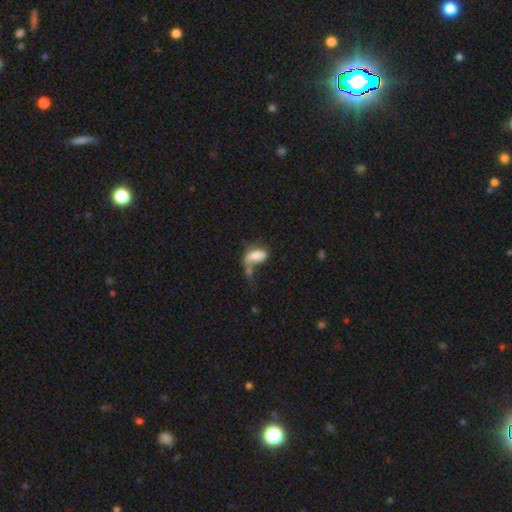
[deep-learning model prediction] Morphology: type=smooth (58%); roundness=in between (85%); merging=major disturbance (35%).